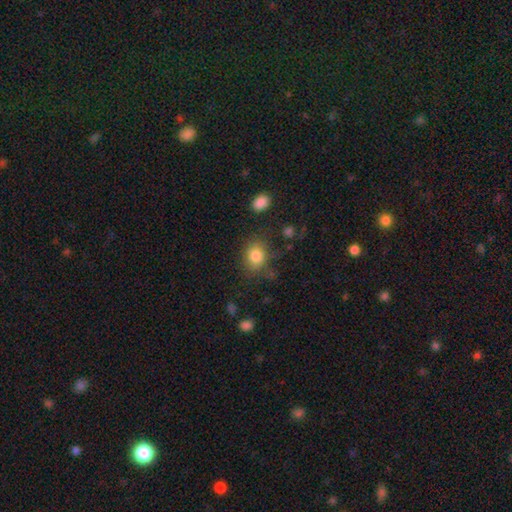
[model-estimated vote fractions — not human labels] This is clearly a smooth galaxy (83%). How rounded: possibly round (54%). Merging: likely none (73%).